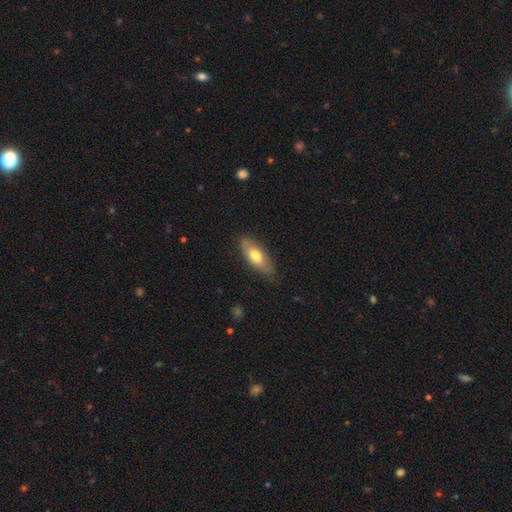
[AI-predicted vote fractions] Q: Smooth or featured?
A: smooth (68%); runner-up: featured or disk (26%)
Q: How rounded?
A: in between (71%); runner-up: cigar-shaped (26%)
Q: Merging?
A: none (78%); runner-up: minor disturbance (18%)